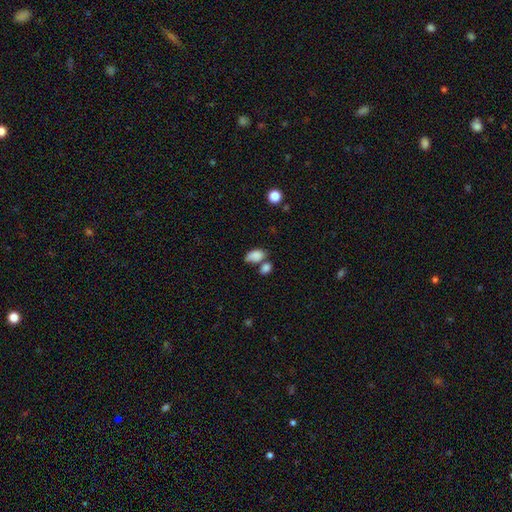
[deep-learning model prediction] Q: Smooth or featured?
A: smooth (83%); runner-up: star or artifact (9%)
Q: How rounded?
A: in between (91%); runner-up: round (7%)
Q: Merging?
A: merger (39%); runner-up: none (36%)